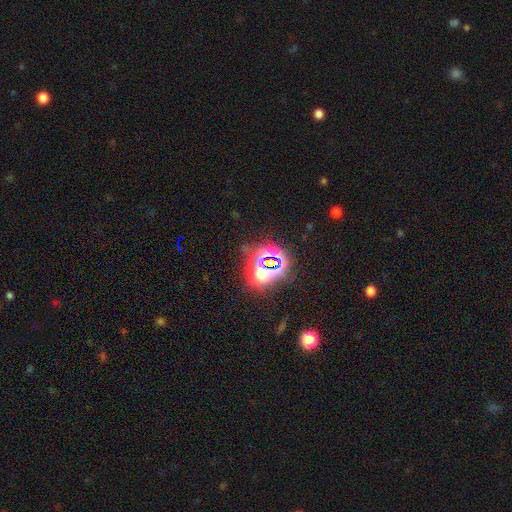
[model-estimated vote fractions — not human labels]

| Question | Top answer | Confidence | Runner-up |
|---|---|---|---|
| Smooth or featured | star or artifact | 67% | smooth (22%) |